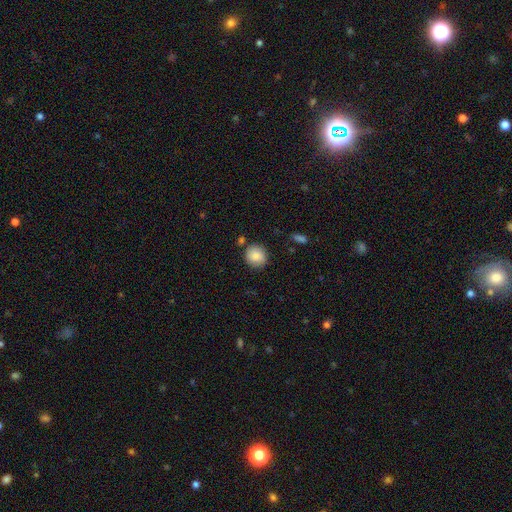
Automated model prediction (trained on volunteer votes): Morphology: type=smooth (86%); roundness=round (86%); merging=none (81%).